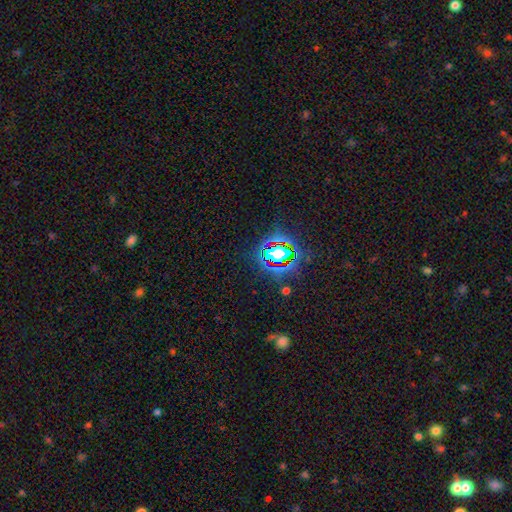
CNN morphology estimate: Smooth or featured? star or artifact (80%)